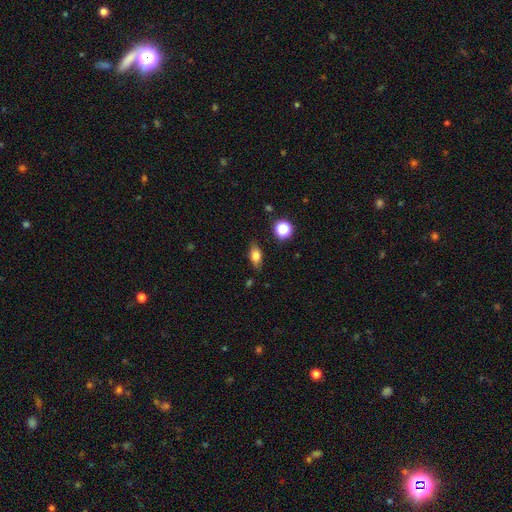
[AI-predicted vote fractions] The model was most divided on "smooth or featured": smooth: 73%, featured or disk: 16%, star or artifact: 10%. More confident: merging — none (80%); how rounded — in between (77%).